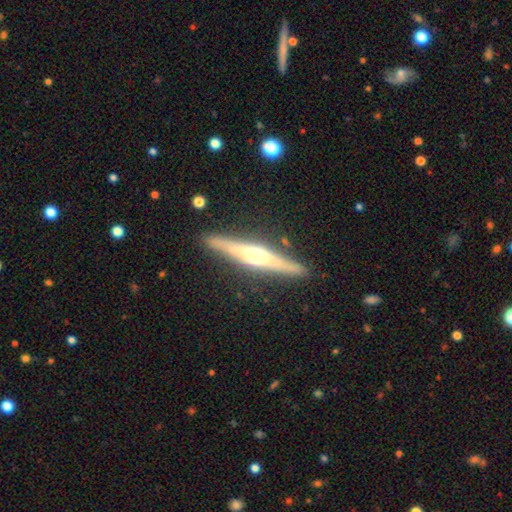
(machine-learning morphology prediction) A featured or disk galaxy (69%) viewed edge-on (96%) with a rounded central bulge (86%). Merging: none (87%).